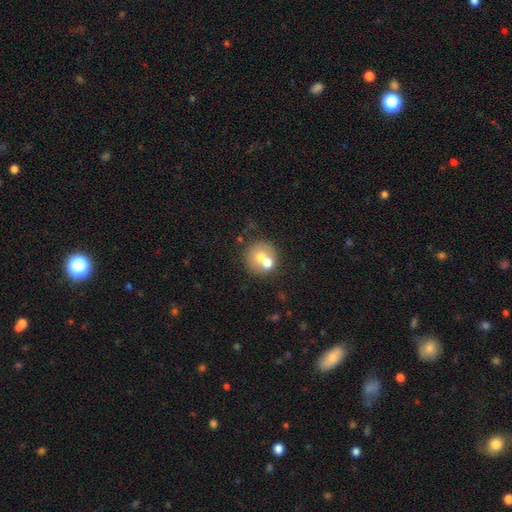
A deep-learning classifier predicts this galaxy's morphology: Smooth or featured? Predicted: smooth (p=0.49). Merging? Predicted: none (p=0.47).